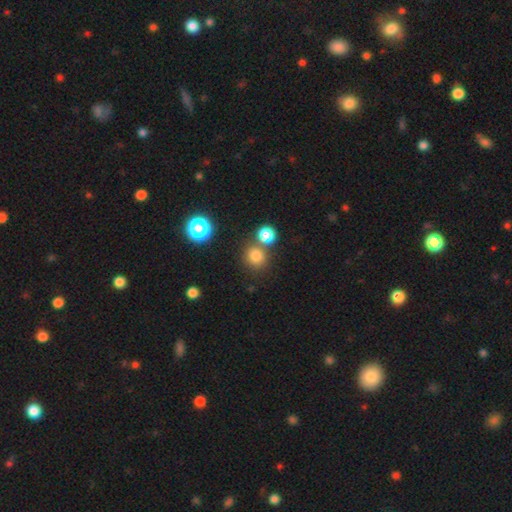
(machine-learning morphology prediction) smooth 76%, star or artifact 18%, featured or disk 6%. Down the decision tree: how rounded — round (88%); merging — none (69%).